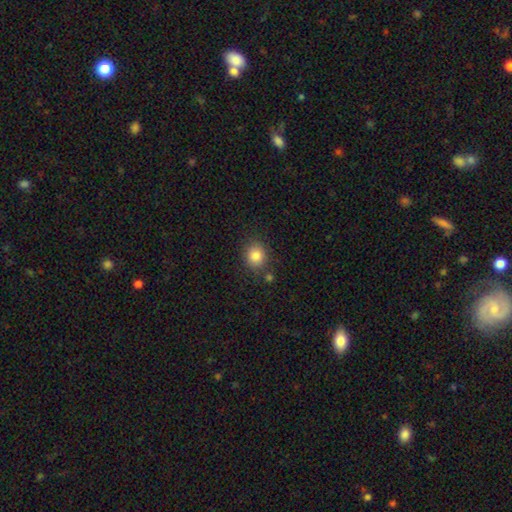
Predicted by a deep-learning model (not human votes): The model was most divided on "how rounded": round: 71%, in between: 28%, cigar-shaped: 1%. More confident: smooth or featured — smooth (84%); merging — none (80%).